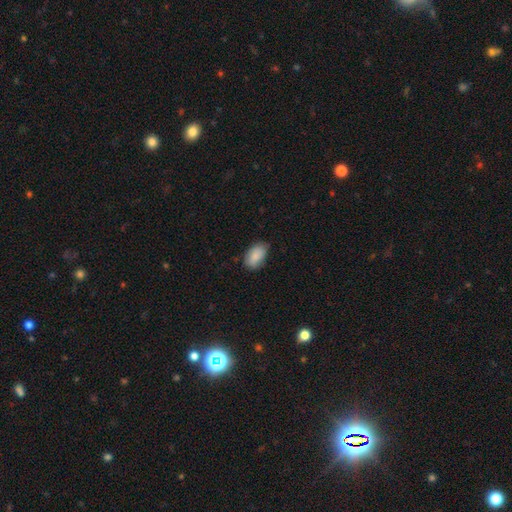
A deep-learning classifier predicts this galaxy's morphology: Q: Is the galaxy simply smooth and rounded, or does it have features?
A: smooth — 87%.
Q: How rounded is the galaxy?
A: in between — 92%.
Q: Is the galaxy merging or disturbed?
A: none — 70%.